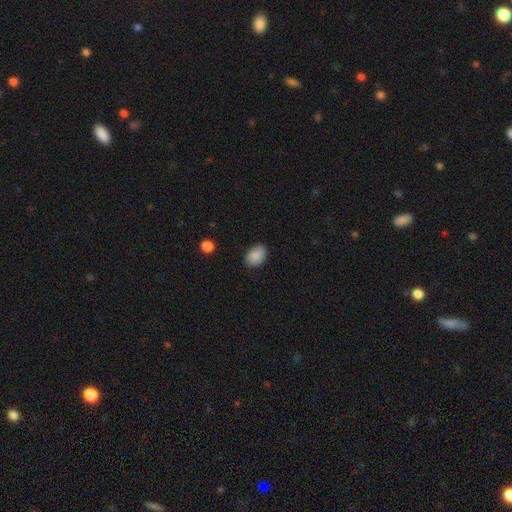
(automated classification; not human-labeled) A smooth galaxy with no disk features (88%) that is in between round and cigar-shaped (79%).

Vote fractions:
- Smooth or featured? smooth: 88% / star or artifact: 8% / featured or disk: 4%
- How rounded? in between: 79% / round: 20% / cigar-shaped: 1%
- Merging? none: 84% / minor disturbance: 12% / major disturbance: 3% / merger: 1%